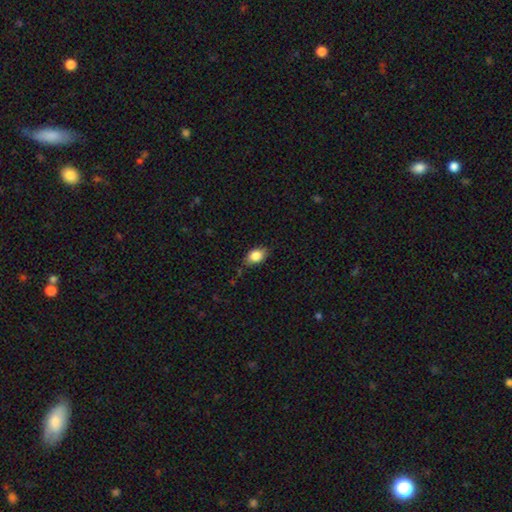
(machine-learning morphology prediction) This appears to be a smooth galaxy with no disk features (83%) that is in between round and cigar-shaped (84%). Merging: none (77%).